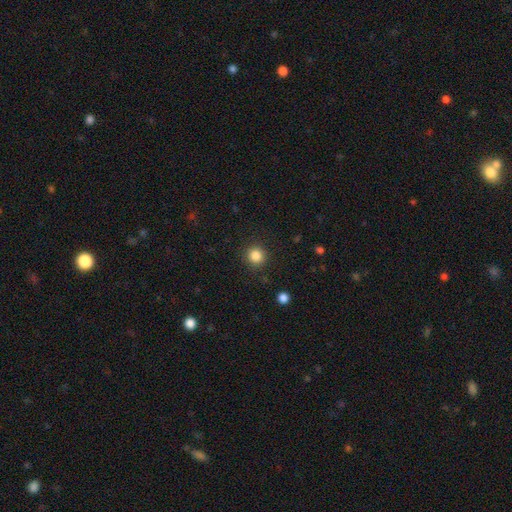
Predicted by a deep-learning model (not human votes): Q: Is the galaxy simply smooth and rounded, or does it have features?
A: smooth — 85%.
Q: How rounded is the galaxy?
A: round — 94%.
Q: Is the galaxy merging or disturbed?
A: none — 91%.